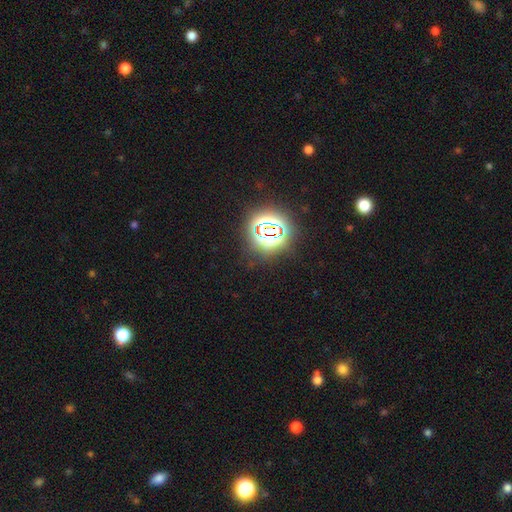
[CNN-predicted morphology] Smooth or featured? Predicted: star or artifact (p=0.83).